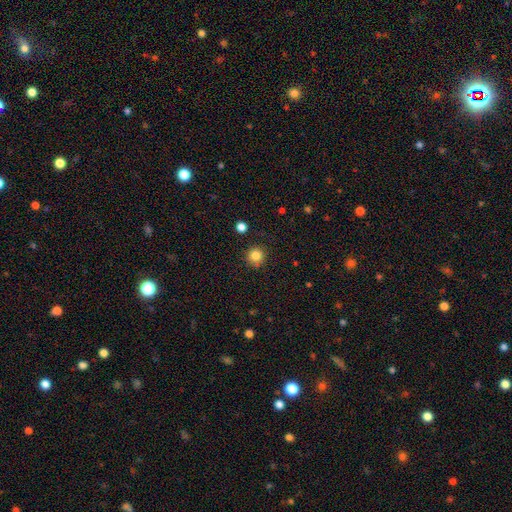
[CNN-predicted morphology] smooth 83%, star or artifact 11%, featured or disk 6%. Down the decision tree: how rounded — round (94%); merging — none (90%).